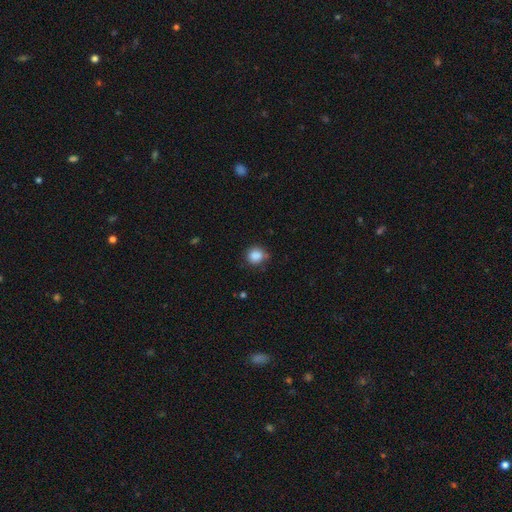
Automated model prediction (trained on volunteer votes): Smooth or featured? smooth (86%)
How rounded? round (85%)
Merging? none (72%)